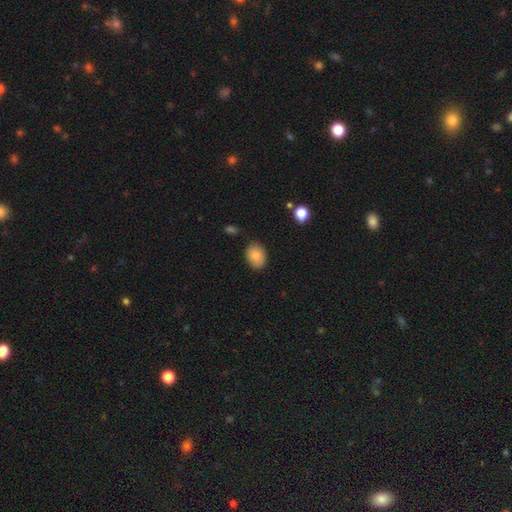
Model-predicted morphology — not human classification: Overall: smooth (82%). How rounded: in between (71%). Merging: none (80%).